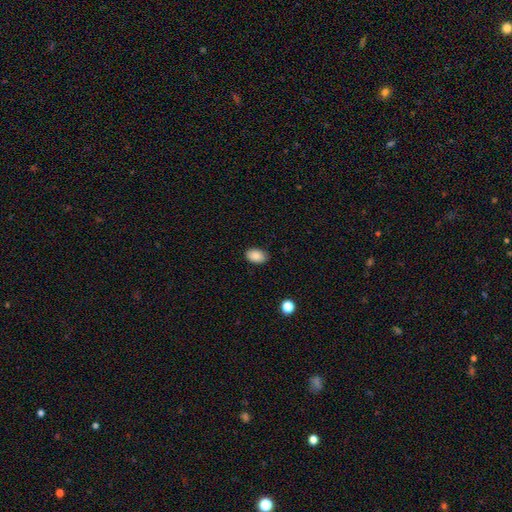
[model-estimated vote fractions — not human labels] Smooth or featured? Predicted: smooth (p=0.87). How rounded? Predicted: in between (p=0.87). Merging? Predicted: none (p=0.85).